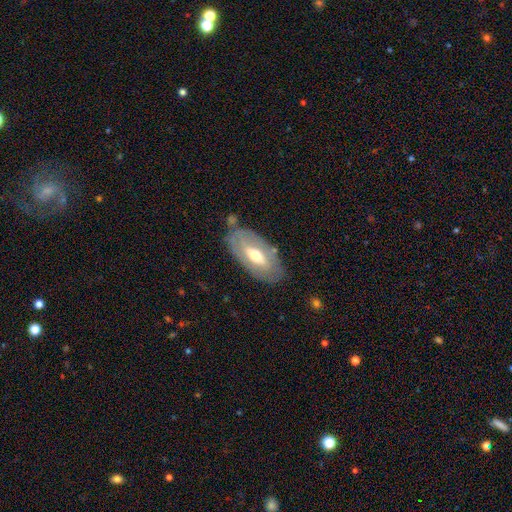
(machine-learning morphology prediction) Overall: featured or disk (56%; smooth 38%). Edge-on disk: no (84%). Merging: none (73%).